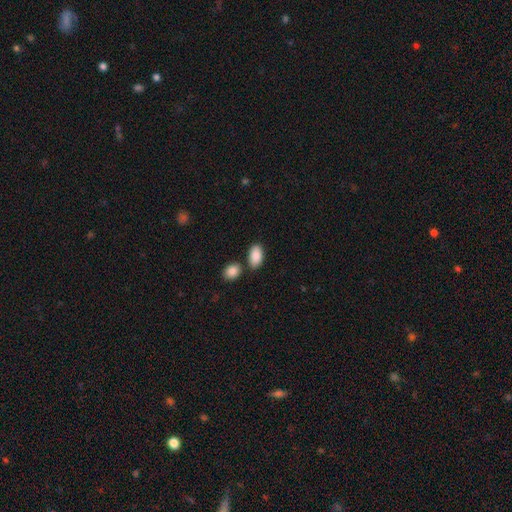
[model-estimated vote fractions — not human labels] Overall: smooth (88%). How rounded: in between (94%). Merging: none (72%).